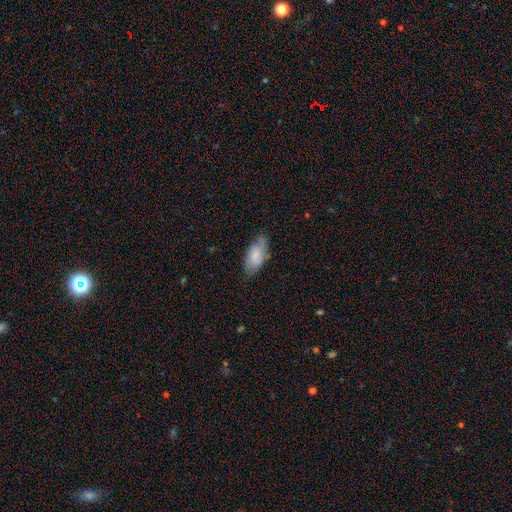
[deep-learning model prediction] This is likely a smooth galaxy (66%). How rounded: clearly in between (90%). Merging: likely none (66%).